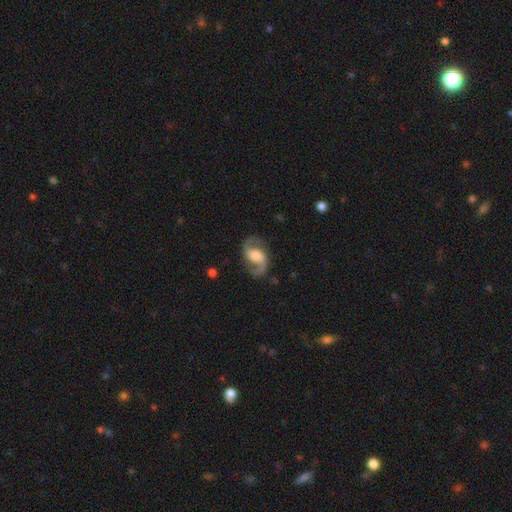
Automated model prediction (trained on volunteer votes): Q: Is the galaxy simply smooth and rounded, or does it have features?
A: featured or disk — 88%.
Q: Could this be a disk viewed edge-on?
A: no — 98%.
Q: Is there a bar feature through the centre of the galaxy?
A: weak — 45%.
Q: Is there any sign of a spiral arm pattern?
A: yes — 97%.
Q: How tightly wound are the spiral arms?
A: medium — 51%.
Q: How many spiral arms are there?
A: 2 — 94%.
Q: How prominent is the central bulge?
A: moderate — 42%.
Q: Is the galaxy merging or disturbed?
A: none — 82%.